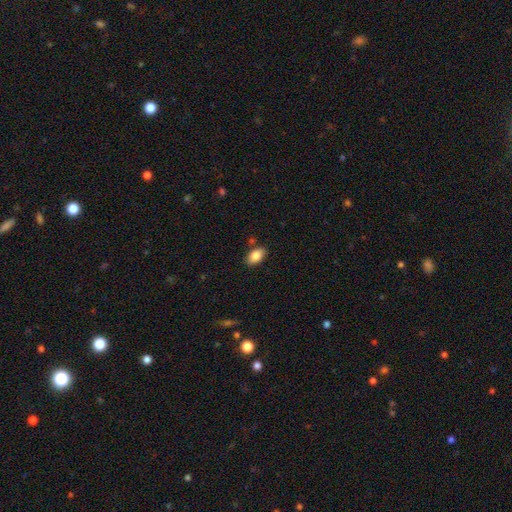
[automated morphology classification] The model was most divided on "merging": none: 83%, minor disturbance: 11%, merger: 4%, major disturbance: 2%. More confident: how rounded — in between (91%); smooth or featured — smooth (84%).